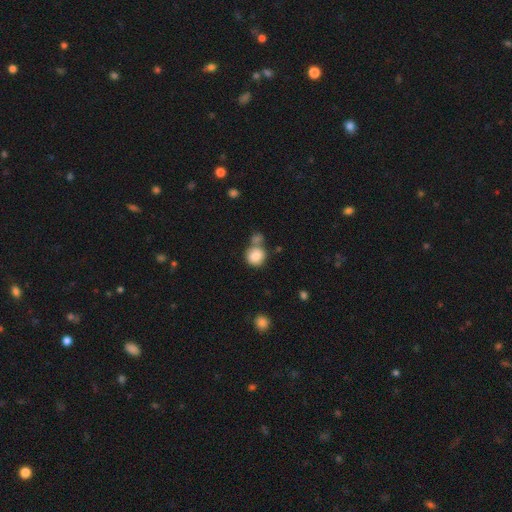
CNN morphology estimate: type=smooth (83%); roundness=round (84%); merging=none (48%).